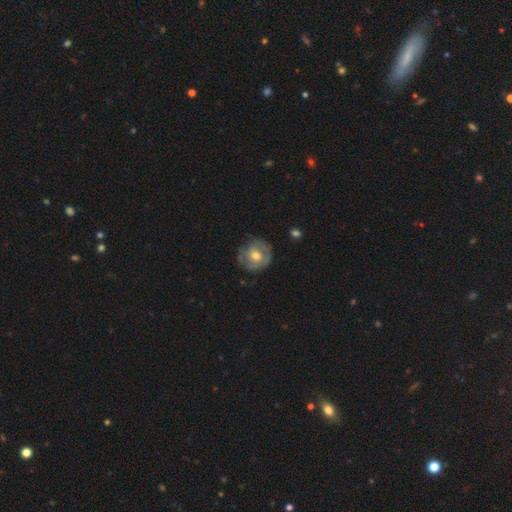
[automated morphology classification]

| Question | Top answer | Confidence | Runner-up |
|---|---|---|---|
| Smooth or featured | featured or disk | 54% | smooth (40%) |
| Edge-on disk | no | 96% | yes (4%) |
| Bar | no | 73% | weak (22%) |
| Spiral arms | yes | 56% | no (44%) |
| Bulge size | moderate | 69% | small (25%) |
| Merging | none | 70% | minor disturbance (21%) |